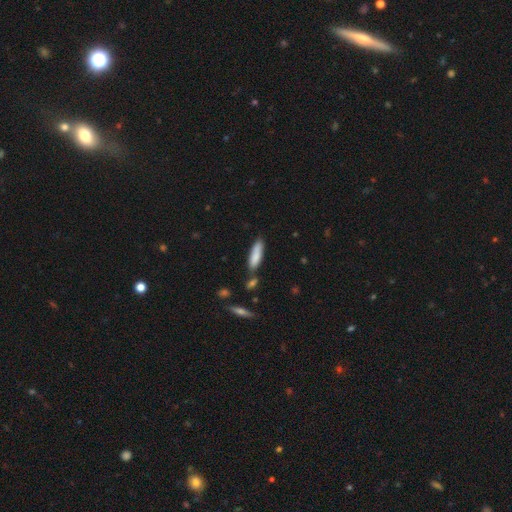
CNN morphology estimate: Smooth or featured?
  - smooth: 83% *
  - featured or disk: 11%
  - star or artifact: 6%
How rounded?
  - cigar-shaped: 66% *
  - in between: 33%
  - round: 1%
Merging?
  - none: 70% *
  - minor disturbance: 17%
  - merger: 9%
  - major disturbance: 3%